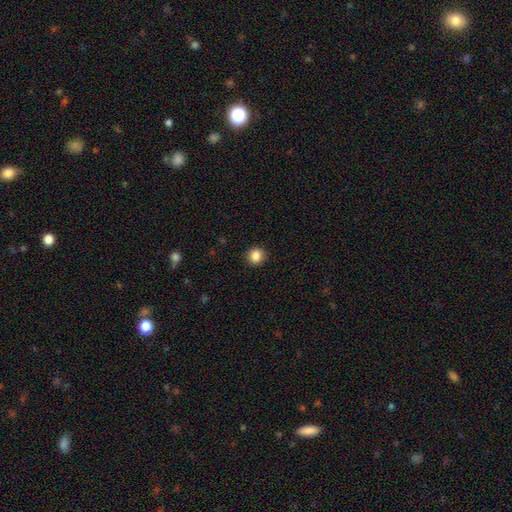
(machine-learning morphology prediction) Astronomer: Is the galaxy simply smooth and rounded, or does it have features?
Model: smooth — 86%.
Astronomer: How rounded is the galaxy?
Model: round — 92%.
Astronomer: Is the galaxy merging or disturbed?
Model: none — 92%.